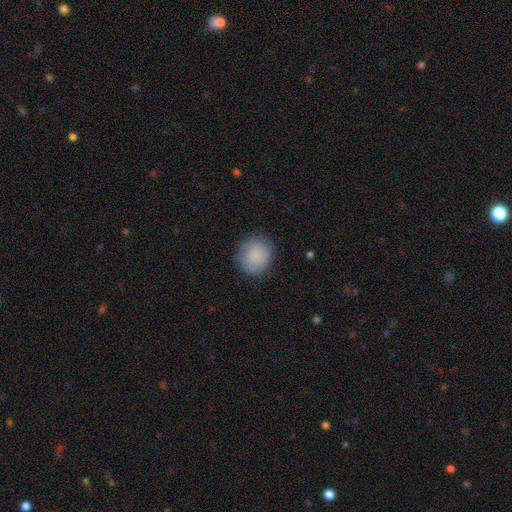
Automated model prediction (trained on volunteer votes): smooth 84%, featured or disk 8%, star or artifact 7%. Down the decision tree: how rounded — round (84%); merging — none (81%).